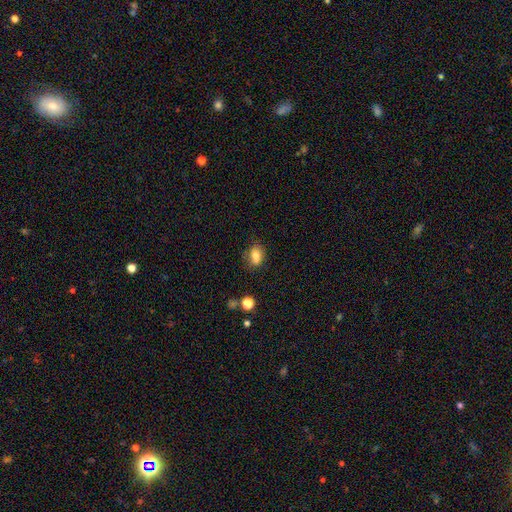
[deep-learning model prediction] Smooth or featured: smooth — 79% (star or artifact — 10%)
How rounded: in between — 76% (round — 21%)
Merging: none — 65% (minor disturbance — 22%)